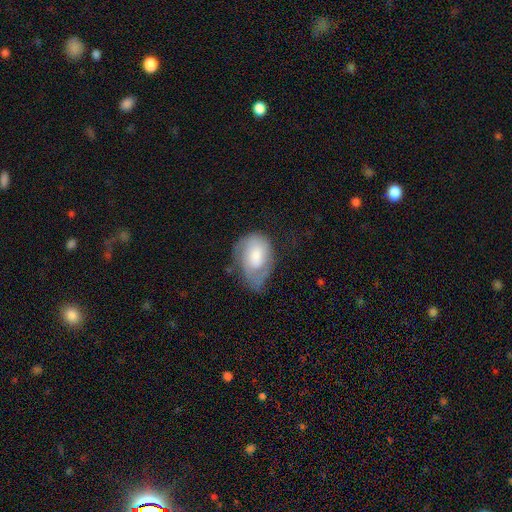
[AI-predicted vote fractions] smooth_or_featured: smooth (p=0.48) [alt: featured or disk p=0.45]
merging: none (p=0.35) [tied with: minor disturbance p=0.35]